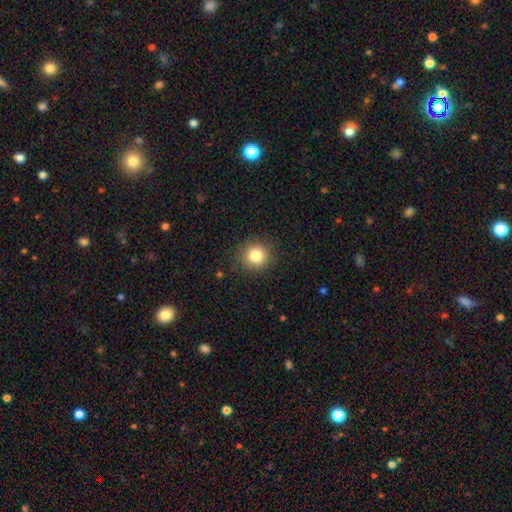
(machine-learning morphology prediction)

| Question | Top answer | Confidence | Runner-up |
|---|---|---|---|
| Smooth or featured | smooth | 83% | star or artifact (11%) |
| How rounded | round | 91% | in between (8%) |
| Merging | none | 90% | minor disturbance (7%) |